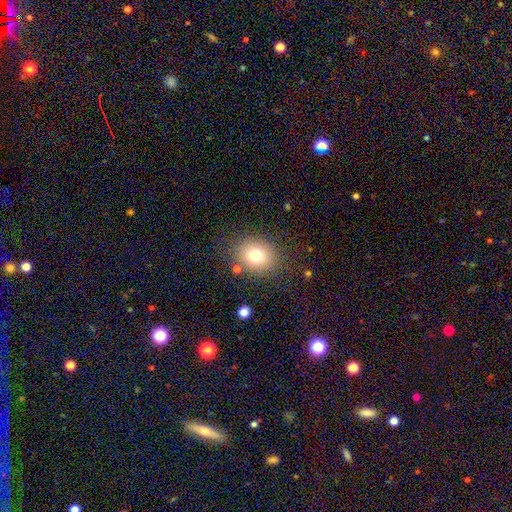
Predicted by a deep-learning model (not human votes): smooth 75%, star or artifact 14%, featured or disk 11%. Down the decision tree: how rounded — round (65%); merging — none (82%).